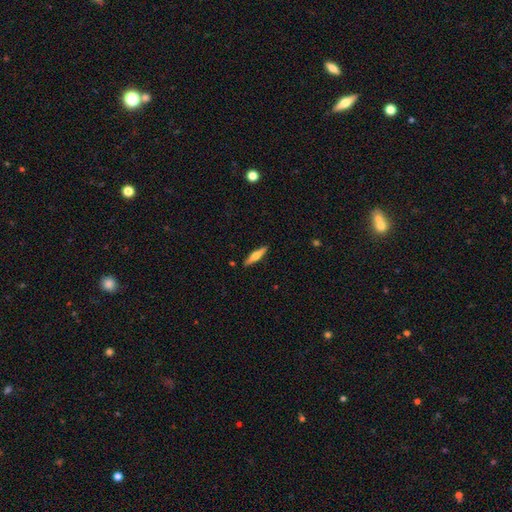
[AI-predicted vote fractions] The model was most divided on "smooth or featured": featured or disk: 52%, smooth: 42%, star or artifact: 6%. More confident: edge-on disk — yes (95%); merging — none (90%).